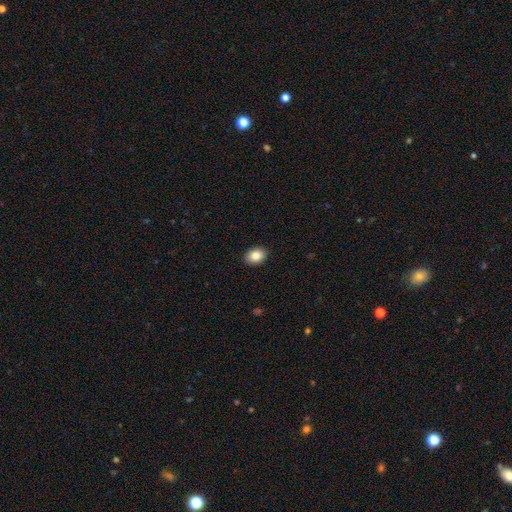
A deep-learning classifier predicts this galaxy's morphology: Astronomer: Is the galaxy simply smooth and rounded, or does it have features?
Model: smooth — 86%.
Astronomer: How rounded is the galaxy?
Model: in between — 71%.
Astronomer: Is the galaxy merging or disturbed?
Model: none — 90%.